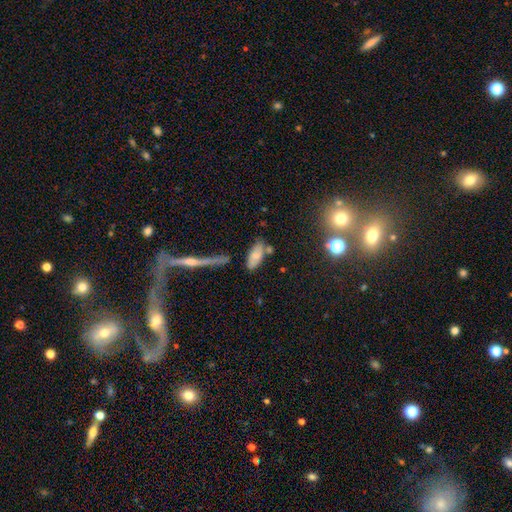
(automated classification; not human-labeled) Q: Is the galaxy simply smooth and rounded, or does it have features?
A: smooth — 70%.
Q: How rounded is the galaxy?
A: in between — 82%.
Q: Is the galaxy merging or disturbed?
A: none — 56%.